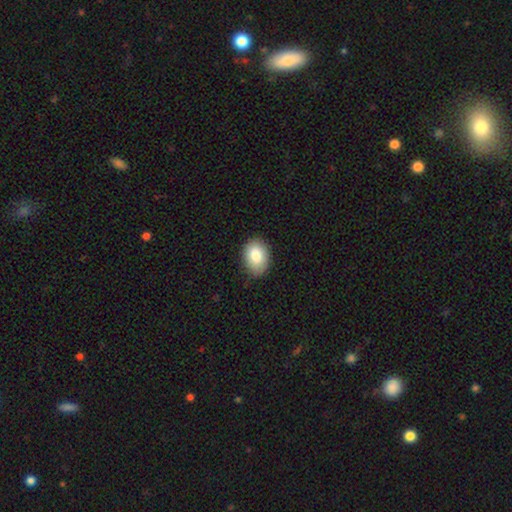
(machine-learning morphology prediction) smooth-or-featured: smooth: 82% | featured or disk: 10% | star or artifact: 8%
  how-rounded: in between: 71% | round: 28% | cigar-shaped: 1%
  merging: none: 81% | minor disturbance: 16% | major disturbance: 2% | merger: 1%